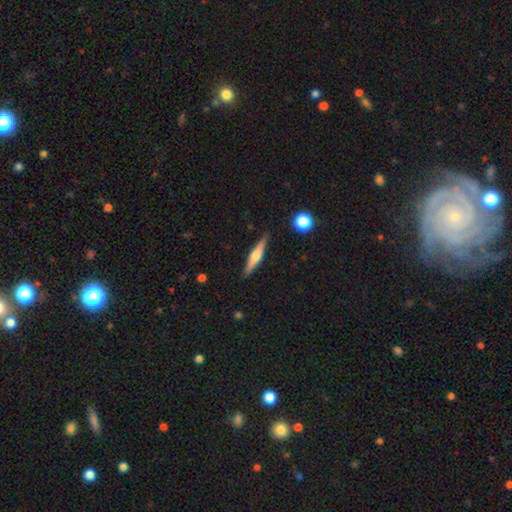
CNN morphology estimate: type=featured or disk (57%); edge-on=yes (97%); edge-on bulge=rounded (85%); merging=none (89%).